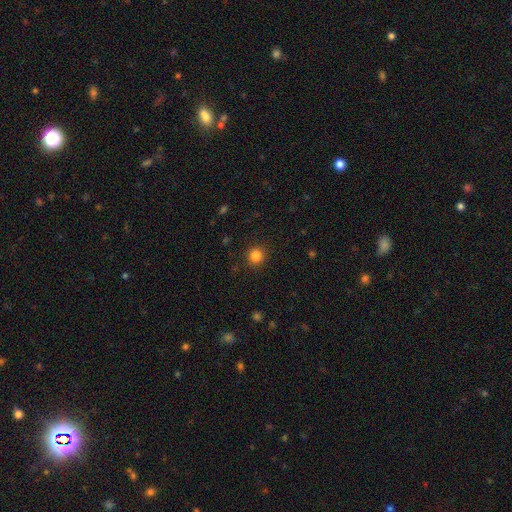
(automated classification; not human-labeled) smooth_or_featured: smooth (p=0.84) [alt: star or artifact p=0.12]
how_rounded: round (p=0.93) [alt: in between p=0.06]
merging: none (p=0.91) [alt: minor disturbance p=0.06]